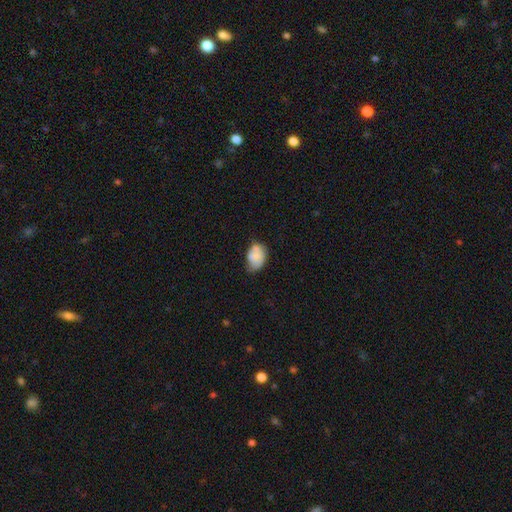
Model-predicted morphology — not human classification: Smooth or featured?
  - smooth: 75% *
  - featured or disk: 17%
  - star or artifact: 8%
How rounded?
  - in between: 76% *
  - round: 23%
  - cigar-shaped: 1%
Merging?
  - none: 44% *
  - minor disturbance: 38%
  - major disturbance: 9%
  - merger: 8%